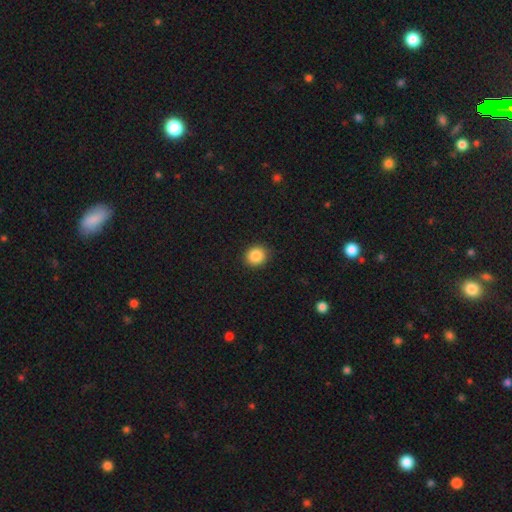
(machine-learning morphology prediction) A smooth galaxy with no disk features (87%) that is round (84%). Merging: none (91%).